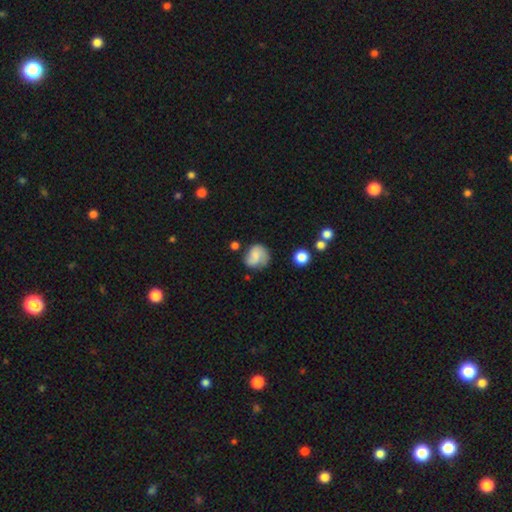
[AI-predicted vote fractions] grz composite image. It shows a smooth galaxy with no disk features (55%) that is round (73%). Merging: none (56%).